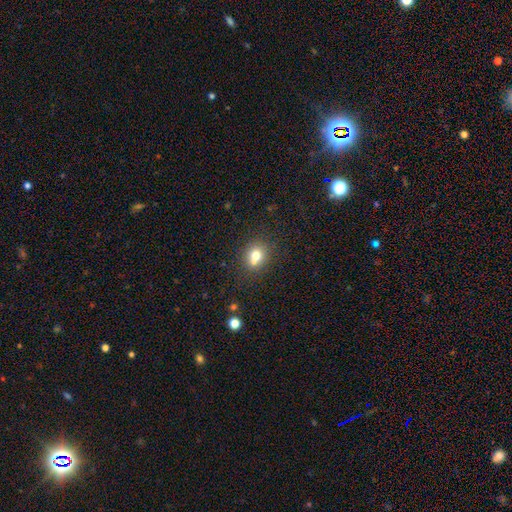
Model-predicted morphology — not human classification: A smooth galaxy with no disk features (73%) that is round (66%).

Vote fractions:
- Smooth or featured? smooth: 73% / featured or disk: 14% / star or artifact: 13%
- How rounded? round: 66% / in between: 33% / cigar-shaped: 1%
- Merging? none: 55% / merger: 29% / minor disturbance: 12% / major disturbance: 4%